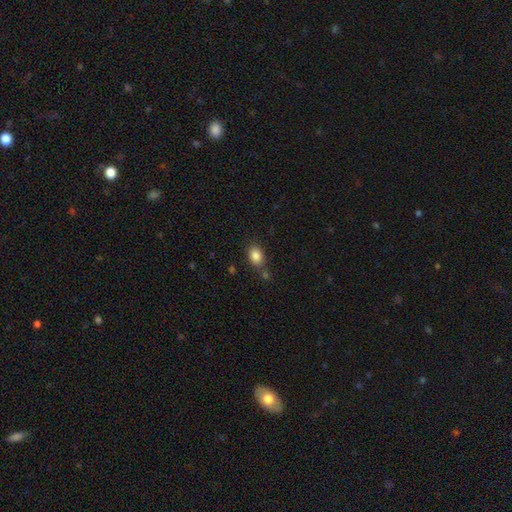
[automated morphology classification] Smooth or featured? Predicted: smooth (p=0.85). How rounded? Predicted: in between (p=0.67). Merging? Predicted: none (p=0.71).